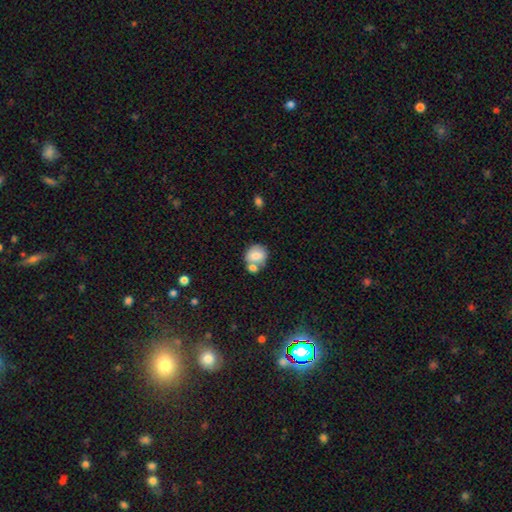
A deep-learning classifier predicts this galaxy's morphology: type=smooth (78%); roundness=round (66%); merging=none (43%).